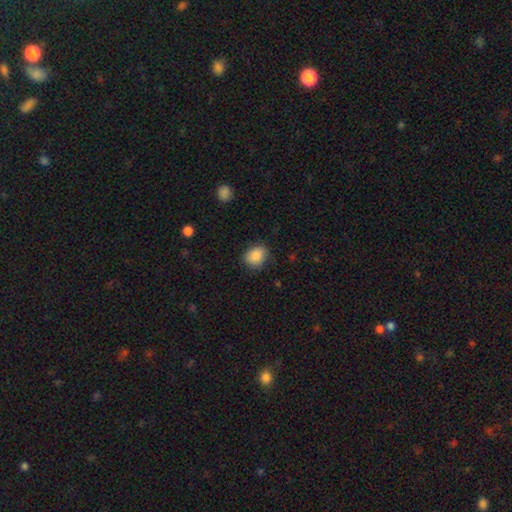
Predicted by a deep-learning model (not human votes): A smooth galaxy with no disk features (88%) that is in between round and cigar-shaped (51%).

Vote fractions:
- Smooth or featured? smooth: 88% / star or artifact: 8% / featured or disk: 4%
- How rounded? in between: 51% / round: 48% / cigar-shaped: 1%
- Merging? none: 82% / minor disturbance: 13% / major disturbance: 3% / merger: 1%